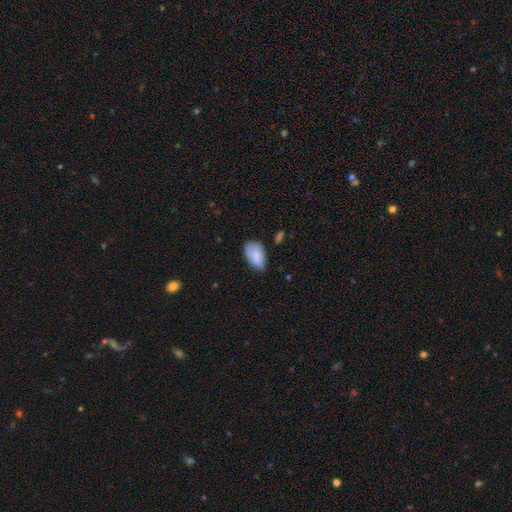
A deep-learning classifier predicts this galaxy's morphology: The model was most divided on "merging": none: 49%, minor disturbance: 39%, major disturbance: 9%, merger: 3%. More confident: how rounded — in between (92%); smooth or featured — smooth (77%).